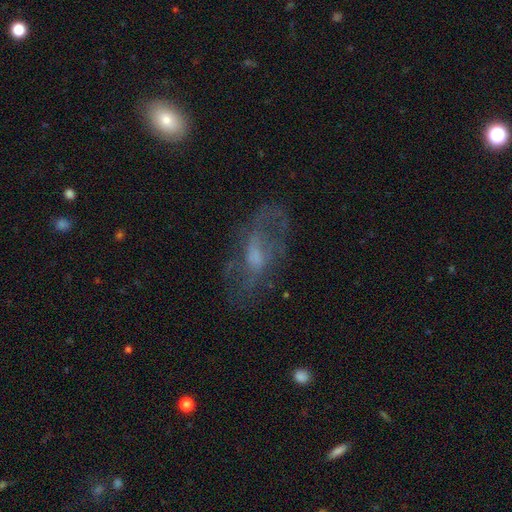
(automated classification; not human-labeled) smooth_or_featured: featured or disk (p=0.64) [alt: smooth p=0.26]
disk_edge_on: no (p=0.90) [alt: yes p=0.10]
bar: no (p=0.52) [alt: weak p=0.39]
has_spiral_arms: yes (p=0.58) [alt: no p=0.42]
bulge_size: small (p=0.37) [alt: moderate p=0.34]
merging: none (p=0.54) [alt: major disturbance p=0.24]